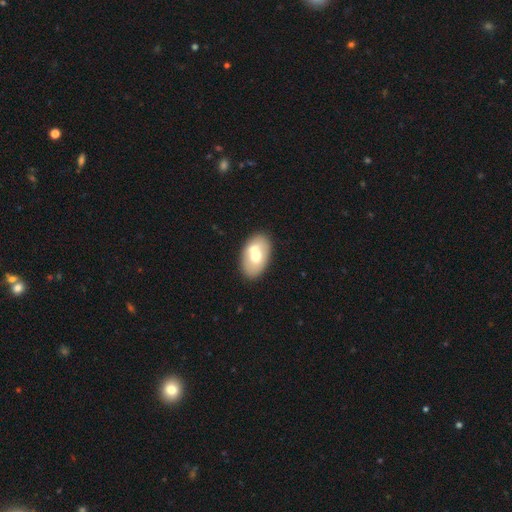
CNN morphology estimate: Smooth or featured: smooth — 61% (featured or disk — 32%)
How rounded: in between — 90% (round — 9%)
Merging: none — 65% (merger — 18%)